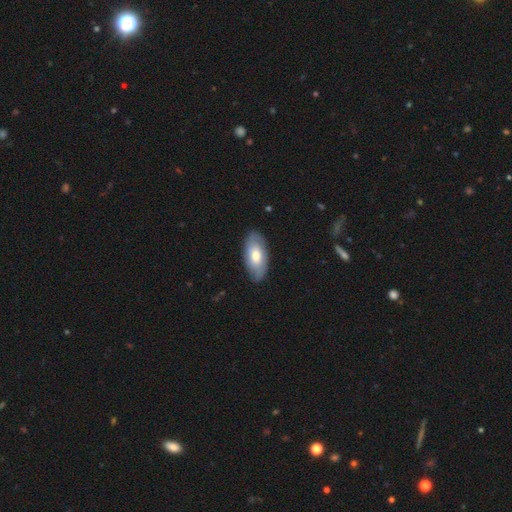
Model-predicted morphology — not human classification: Smooth or featured? smooth (55%)
How rounded? in between (92%)
Merging? none (83%)